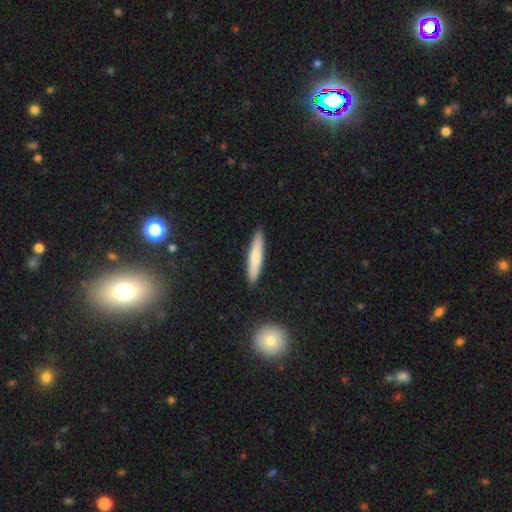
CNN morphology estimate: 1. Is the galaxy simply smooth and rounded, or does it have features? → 71% smooth, 23% featured or disk, 6% star or artifact.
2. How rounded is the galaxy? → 90% cigar-shaped, 8% in between, 1% round.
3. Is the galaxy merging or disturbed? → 90% none, 7% minor disturbance, 1% major disturbance, 1% merger.